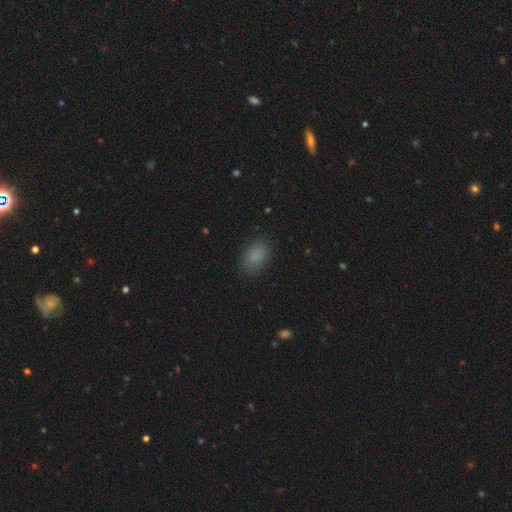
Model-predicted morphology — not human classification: Smooth or featured?
  - smooth: 85% *
  - star or artifact: 11%
  - featured or disk: 4%
How rounded?
  - in between: 80% *
  - round: 19%
  - cigar-shaped: 1%
Merging?
  - none: 83% *
  - minor disturbance: 12%
  - major disturbance: 4%
  - merger: 1%